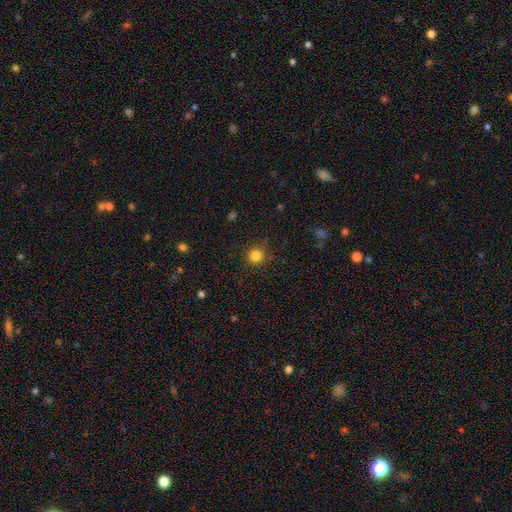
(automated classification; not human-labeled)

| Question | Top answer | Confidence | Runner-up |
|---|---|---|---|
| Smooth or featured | smooth | 83% | star or artifact (12%) |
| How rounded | round | 94% | in between (5%) |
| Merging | none | 87% | minor disturbance (8%) |